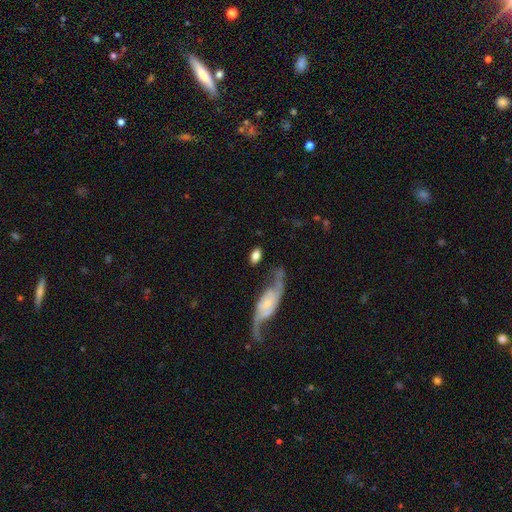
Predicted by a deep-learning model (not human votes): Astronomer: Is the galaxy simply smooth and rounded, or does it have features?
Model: smooth — 74%.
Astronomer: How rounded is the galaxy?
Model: in between — 90%.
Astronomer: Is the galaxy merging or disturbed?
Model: none — 64%.